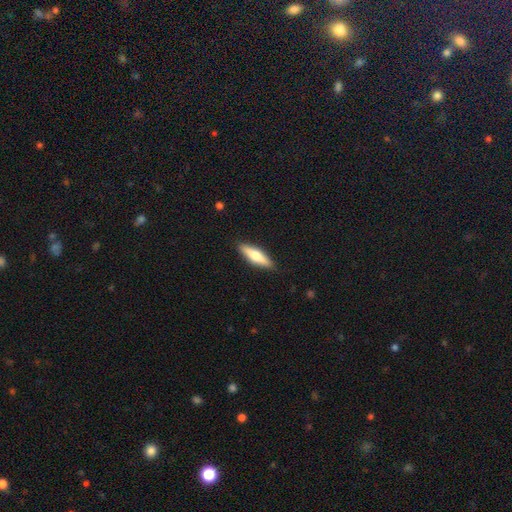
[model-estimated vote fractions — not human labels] Overall: smooth (58%; featured or disk 37%). How rounded: cigar-shaped (65%; in between 33%). Merging: none (89%).